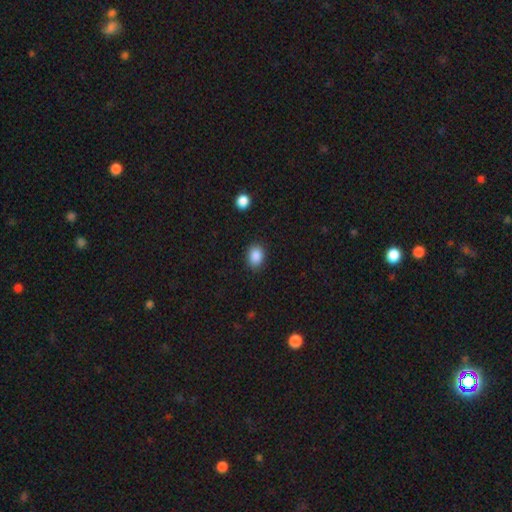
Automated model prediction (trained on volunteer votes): smooth_or_featured: smooth (p=0.88) [alt: star or artifact p=0.09]
how_rounded: in between (p=0.64) [alt: round p=0.35]
merging: none (p=0.87) [alt: minor disturbance p=0.09]